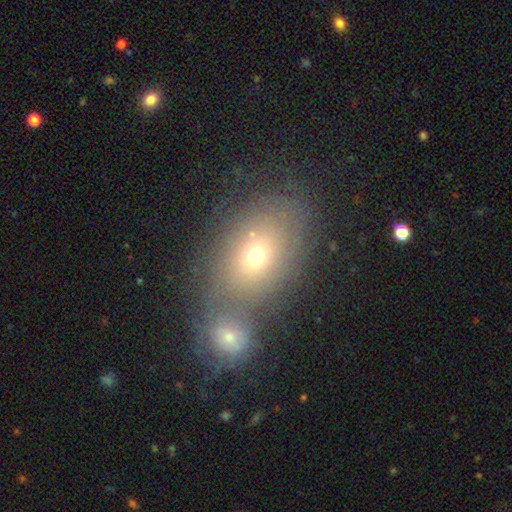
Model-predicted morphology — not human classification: Smooth or featured?
  - smooth: 61% *
  - featured or disk: 23%
  - star or artifact: 16%
How rounded?
  - in between: 68% *
  - round: 30%
  - cigar-shaped: 2%
Merging?
  - merger: 46% *
  - none: 40%
  - minor disturbance: 9%
  - major disturbance: 5%